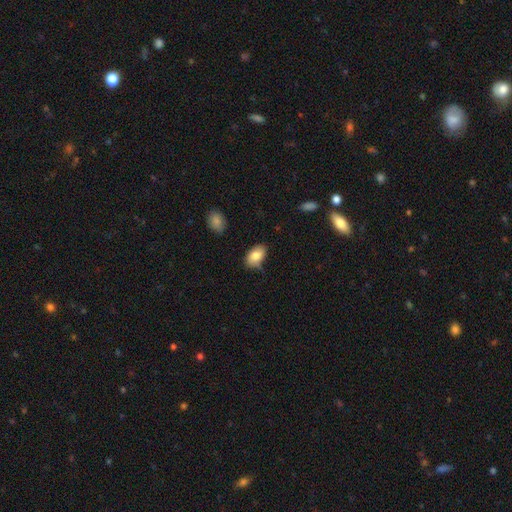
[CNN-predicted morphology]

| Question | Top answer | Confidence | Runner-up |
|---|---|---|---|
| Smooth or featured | smooth | 83% | featured or disk (10%) |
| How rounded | in between | 91% | round (8%) |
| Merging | none | 69% | minor disturbance (24%) |